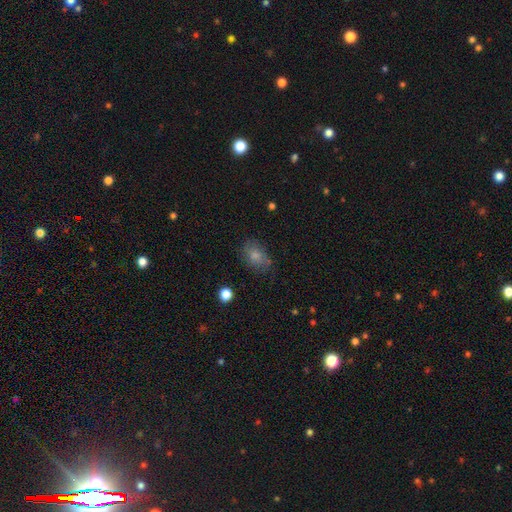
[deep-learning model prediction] A smooth galaxy with no disk features (75%) that is in between round and cigar-shaped (78%).

Vote fractions:
- Smooth or featured? smooth: 75% / featured or disk: 15% / star or artifact: 10%
- How rounded? in between: 78% / round: 21% / cigar-shaped: 1%
- Merging? none: 67% / minor disturbance: 23% / major disturbance: 7% / merger: 2%